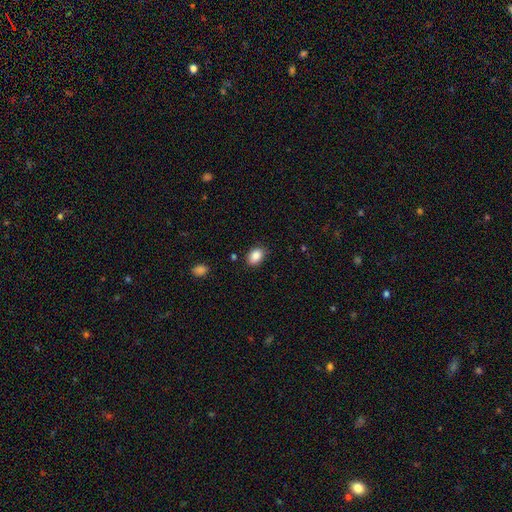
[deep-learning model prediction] Q: Smooth or featured?
A: smooth (88%); runner-up: star or artifact (8%)
Q: How rounded?
A: in between (78%); runner-up: round (21%)
Q: Merging?
A: none (80%); runner-up: minor disturbance (15%)